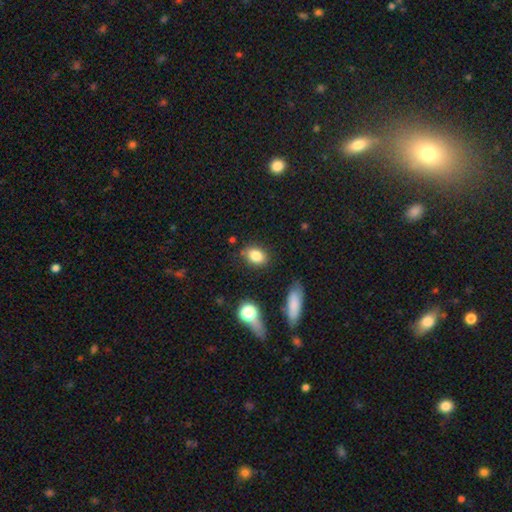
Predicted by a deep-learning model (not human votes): This is clearly a smooth galaxy (83%). How rounded: likely in between (72%). Merging: clearly none (80%).